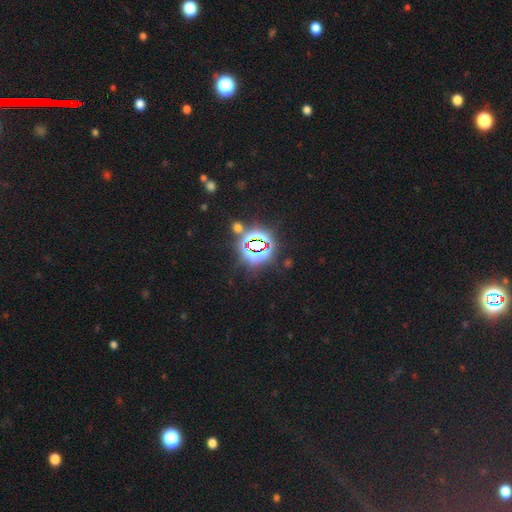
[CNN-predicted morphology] type=star or artifact (80%).